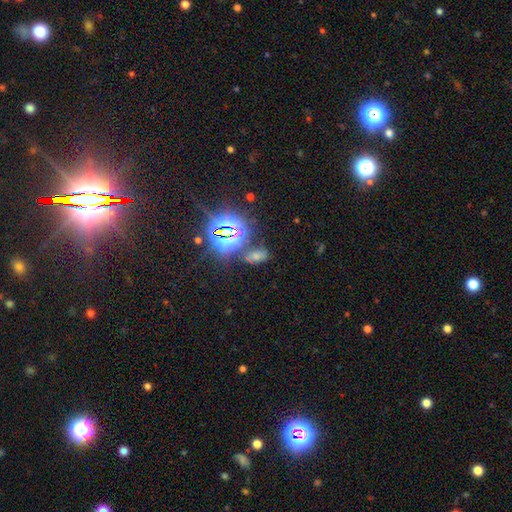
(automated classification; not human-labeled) Smooth or featured: star or artifact — 46% (smooth — 42%)